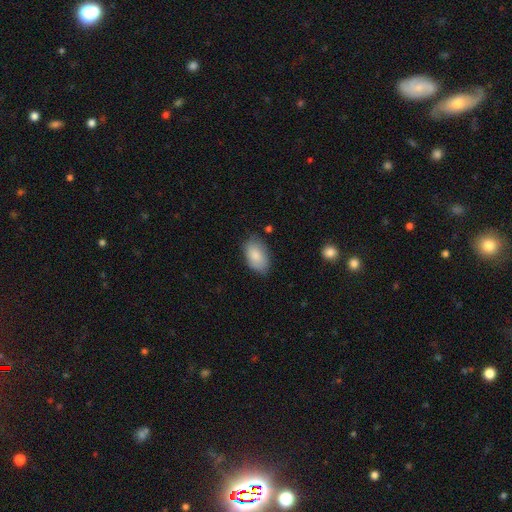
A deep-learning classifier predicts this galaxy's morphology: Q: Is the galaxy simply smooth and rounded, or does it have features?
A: smooth — 85%.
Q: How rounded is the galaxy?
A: in between — 93%.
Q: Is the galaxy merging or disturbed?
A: none — 77%.